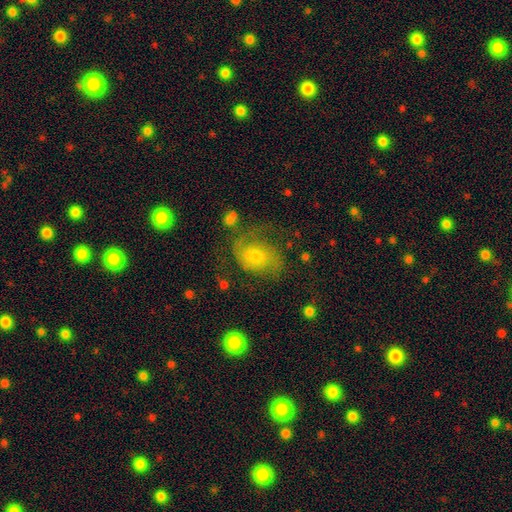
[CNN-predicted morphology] This appears to be a featured or disk galaxy (61%) with no bar (61%), 2 (63%) medium (47%) spiral arms (87%) and a moderate central bulge (46%). Merging: none (51%).